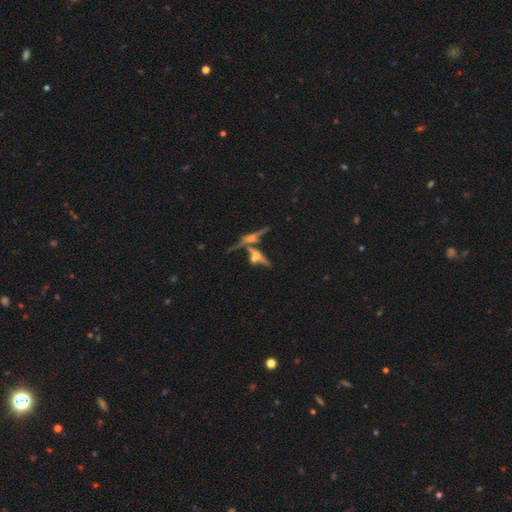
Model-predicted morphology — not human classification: Smooth or featured: featured or disk — 64% (smooth — 21%)
Edge-on disk: yes — 80% (no — 20%)
Edge-on bulge: rounded — 75% (boxy — 13%)
Merging: merger — 43% (none — 39%)